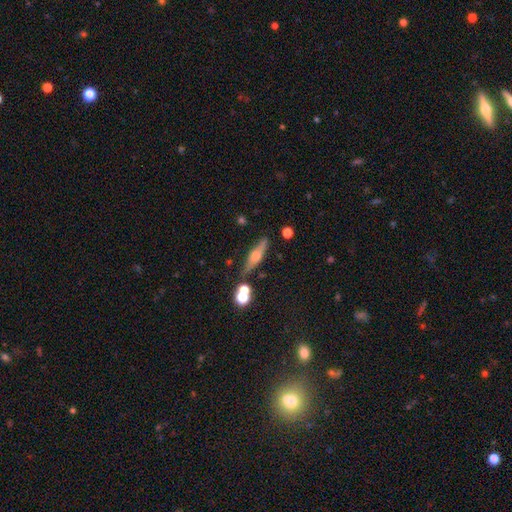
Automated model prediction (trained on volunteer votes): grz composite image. It shows a featured or disk galaxy (61%) viewed edge-on (94%) with a rounded central bulge (89%). Merging: none (77%).